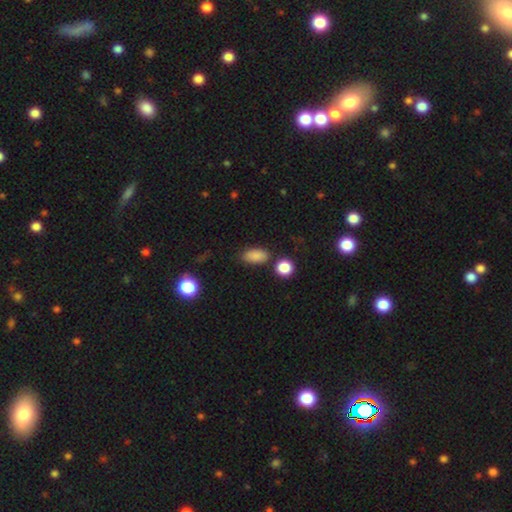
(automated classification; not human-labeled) Smooth or featured?
  - smooth: 85% *
  - star or artifact: 10%
  - featured or disk: 5%
How rounded?
  - in between: 88% *
  - round: 8%
  - cigar-shaped: 4%
Merging?
  - none: 77% *
  - minor disturbance: 14%
  - merger: 6%
  - major disturbance: 4%